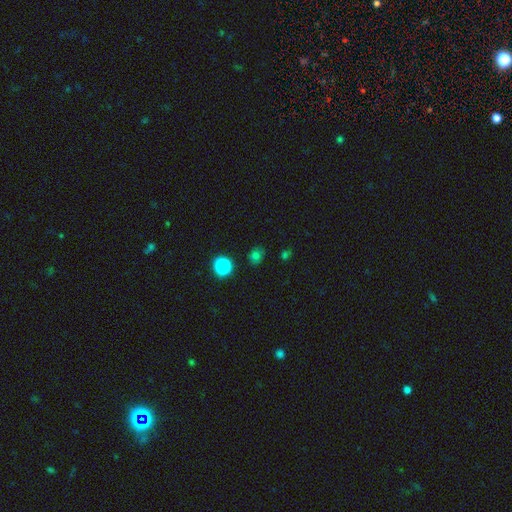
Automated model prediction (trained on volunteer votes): Smooth or featured?
  - smooth: 70% *
  - star or artifact: 24%
  - featured or disk: 6%
How rounded?
  - round: 71% *
  - in between: 28%
  - cigar-shaped: 1%
Merging?
  - none: 81% *
  - minor disturbance: 13%
  - major disturbance: 4%
  - merger: 3%